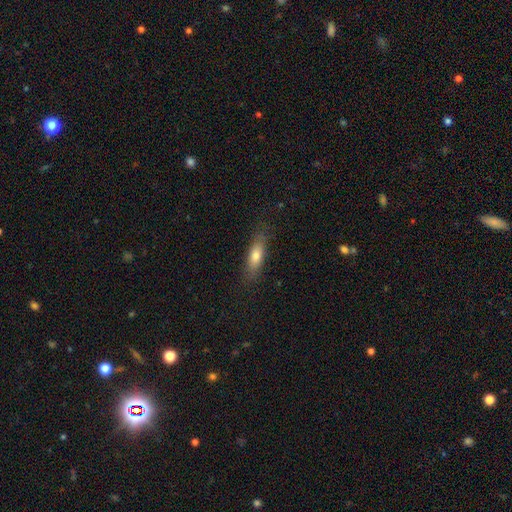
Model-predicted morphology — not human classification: smooth_or_featured: smooth (p=0.73) [alt: featured or disk p=0.20]
how_rounded: in between (p=0.57) [alt: cigar-shaped p=0.40]
merging: none (p=0.79) [alt: minor disturbance p=0.16]